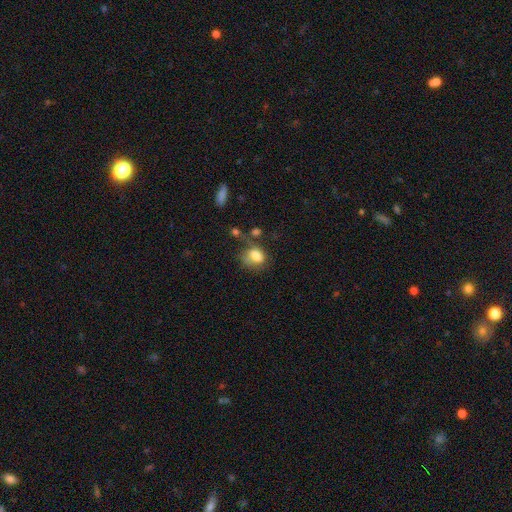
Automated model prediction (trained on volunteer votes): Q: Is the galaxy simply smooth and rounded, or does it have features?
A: smooth — 79%.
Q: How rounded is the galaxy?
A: in between — 61%.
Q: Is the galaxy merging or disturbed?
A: none — 42%.